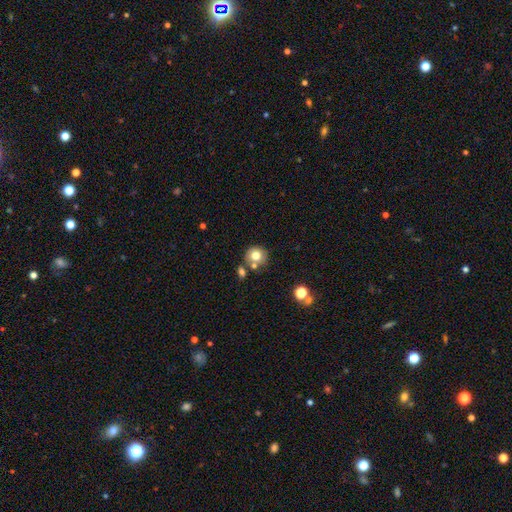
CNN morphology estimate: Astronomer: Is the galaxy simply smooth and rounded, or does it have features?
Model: smooth — 76%.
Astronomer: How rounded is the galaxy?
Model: round — 88%.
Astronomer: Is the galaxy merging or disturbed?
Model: none — 64%.